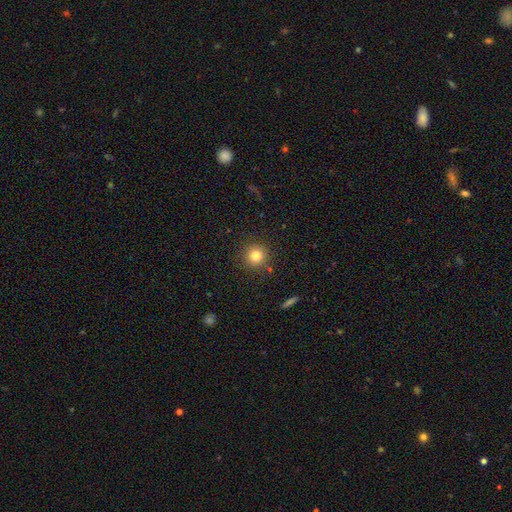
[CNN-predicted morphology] smooth_or_featured: smooth (p=0.80) [alt: star or artifact p=0.12]
how_rounded: round (p=0.94) [alt: in between p=0.05]
merging: none (p=0.88) [alt: minor disturbance p=0.07]